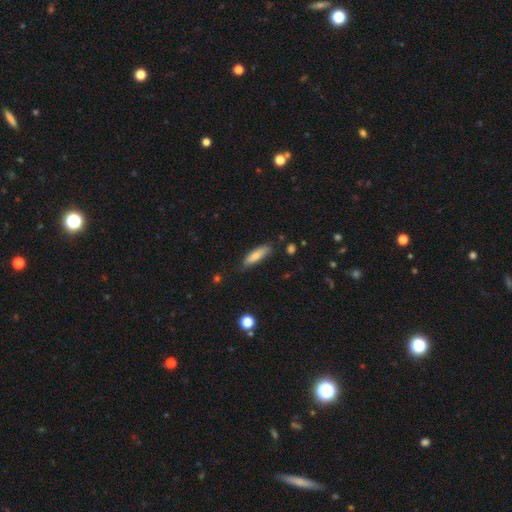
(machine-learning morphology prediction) type=smooth (77%); roundness=cigar-shaped (59%); merging=none (73%).